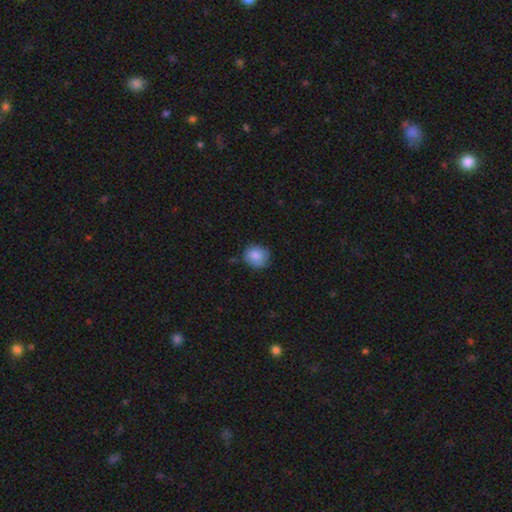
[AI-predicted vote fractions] The model was most divided on "merging": none: 76%, minor disturbance: 19%, major disturbance: 3%, merger: 2%. More confident: smooth or featured — smooth (85%); how rounded — round (79%).